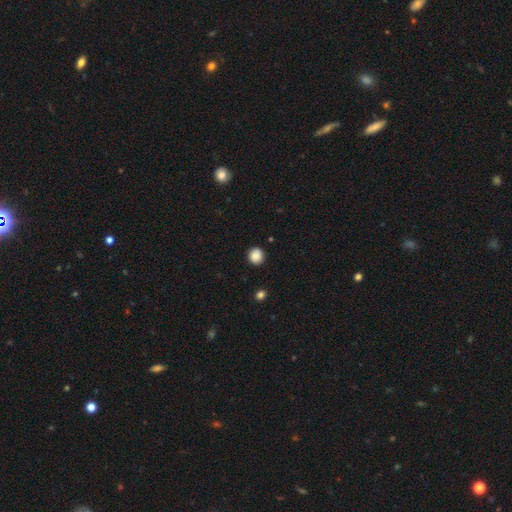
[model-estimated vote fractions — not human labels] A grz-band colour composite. It shows a smooth galaxy with no disk features (87%) that is round (92%). Merging: none (91%).